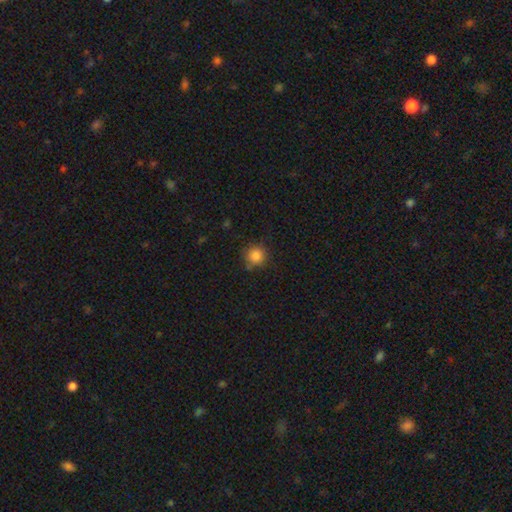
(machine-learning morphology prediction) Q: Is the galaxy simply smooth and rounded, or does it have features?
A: smooth — 85%.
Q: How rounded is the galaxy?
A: round — 94%.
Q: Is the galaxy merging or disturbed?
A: none — 82%.